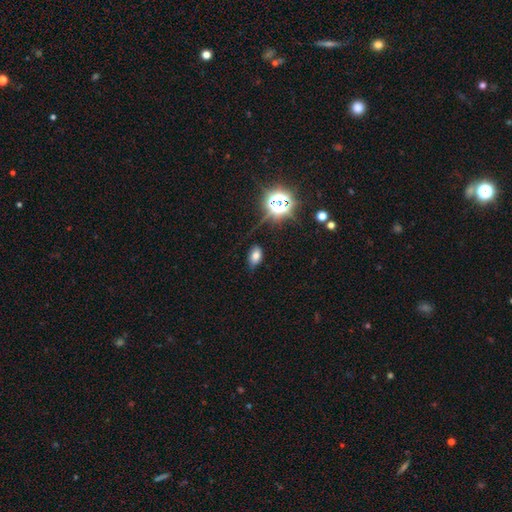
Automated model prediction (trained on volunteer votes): smooth-or-featured: smooth: 68% | star or artifact: 21% | featured or disk: 11%
  how-rounded: in between: 89% | round: 9% | cigar-shaped: 2%
  merging: none: 80% | minor disturbance: 14% | major disturbance: 4% | merger: 2%